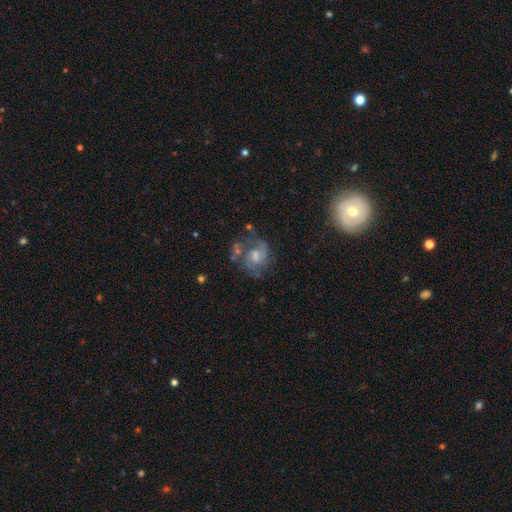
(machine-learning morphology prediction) The model was most divided on "bar": no: 53%, weak: 39%, strong: 8%. More confident: edge-on disk — no (97%); spiral arms — yes (91%); smooth or featured — featured or disk (75%); spiral arm count — 2 (66%); merging — none (62%); bulge size — moderate (53%); spiral winding — medium (51%).